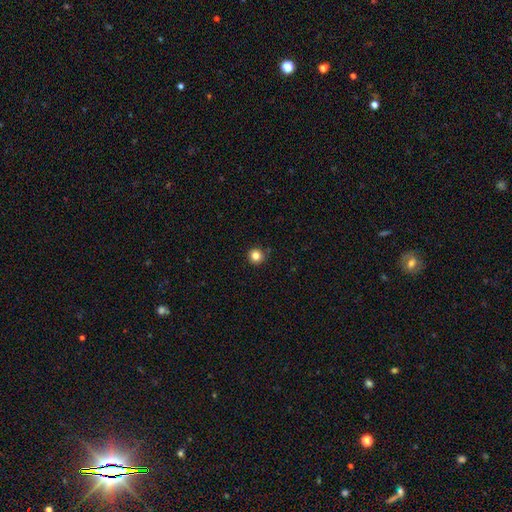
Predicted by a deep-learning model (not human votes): Smooth or featured? smooth (83%)
How rounded? round (95%)
Merging? none (90%)